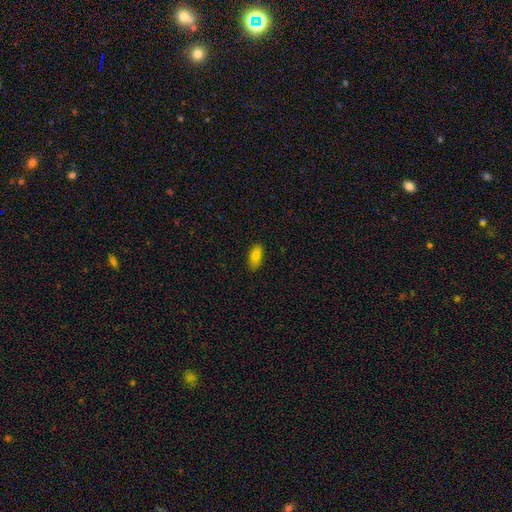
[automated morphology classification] A smooth galaxy with no disk features (82%) that is in between round and cigar-shaped (89%).

Vote fractions:
- Smooth or featured? smooth: 82% / featured or disk: 9% / star or artifact: 8%
- How rounded? in between: 89% / cigar-shaped: 8% / round: 3%
- Merging? none: 85% / minor disturbance: 11% / major disturbance: 2% / merger: 1%